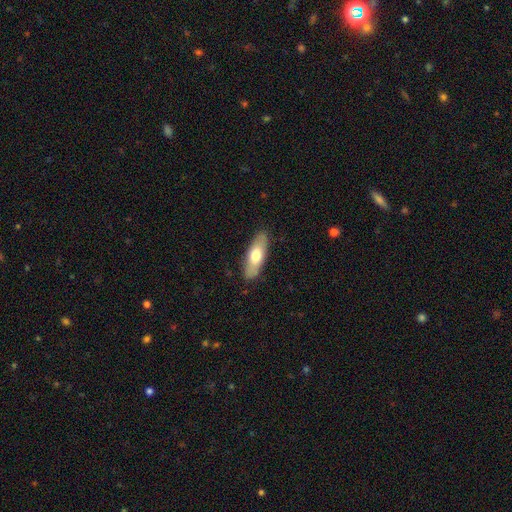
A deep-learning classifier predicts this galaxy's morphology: Overall: smooth (65%; featured or disk 29%). How rounded: in between (63%; cigar-shaped 35%). Merging: none (87%).